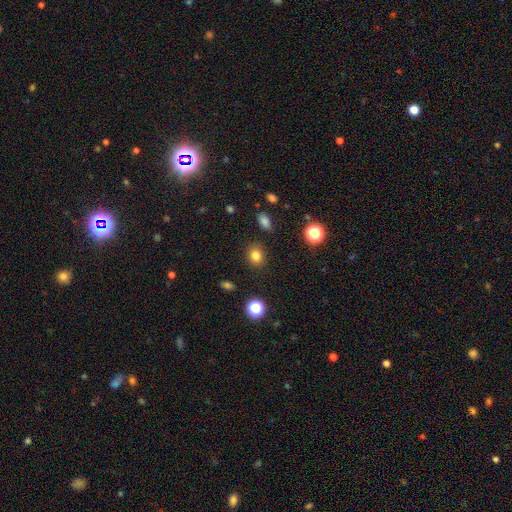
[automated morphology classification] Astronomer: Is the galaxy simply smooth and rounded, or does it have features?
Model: smooth — 80%.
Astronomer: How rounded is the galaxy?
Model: round — 64%.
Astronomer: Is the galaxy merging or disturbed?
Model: none — 88%.